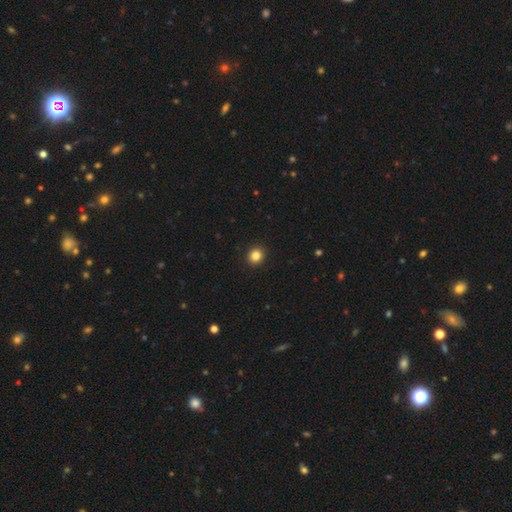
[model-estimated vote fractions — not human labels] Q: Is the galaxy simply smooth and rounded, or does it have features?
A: smooth — 85%.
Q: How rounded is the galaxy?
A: round — 86%.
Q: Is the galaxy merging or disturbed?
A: none — 93%.